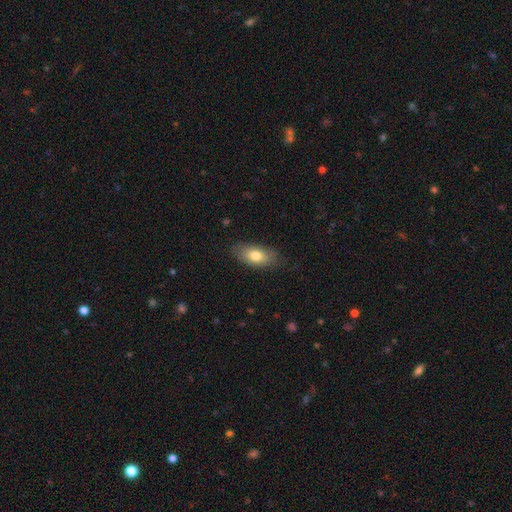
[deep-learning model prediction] smooth_or_featured: smooth (p=0.76) [alt: featured or disk p=0.17]
how_rounded: in between (p=0.87) [alt: cigar-shaped p=0.09]
merging: none (p=0.79) [alt: minor disturbance p=0.16]